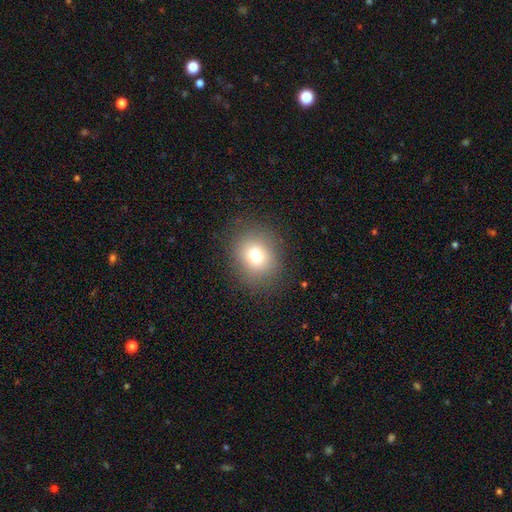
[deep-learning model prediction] Morphology: type=smooth (74%); roundness=round (74%); merging=none (85%).